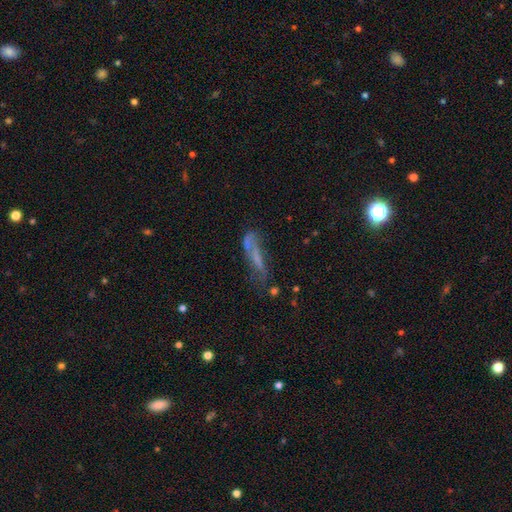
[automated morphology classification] Smooth or featured?
  - smooth: 43% *
  - featured or disk: 42%
  - star or artifact: 15%
Merging?
  - none: 42% *
  - minor disturbance: 24%
  - major disturbance: 24%
  - merger: 10%